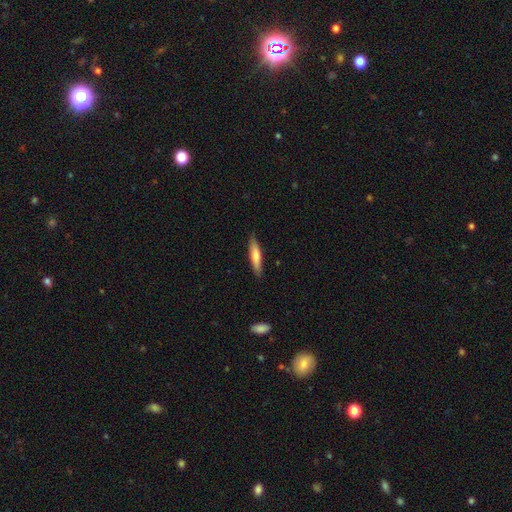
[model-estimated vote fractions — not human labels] Smooth or featured?
  - smooth: 65% *
  - featured or disk: 29%
  - star or artifact: 6%
How rounded?
  - cigar-shaped: 84% *
  - in between: 15%
  - round: 1%
Merging?
  - none: 87% *
  - minor disturbance: 10%
  - major disturbance: 2%
  - merger: 1%